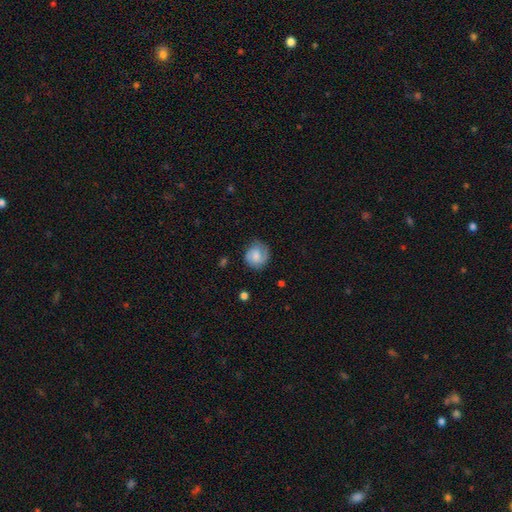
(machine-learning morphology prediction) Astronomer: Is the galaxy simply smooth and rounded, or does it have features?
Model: smooth — 49% (runner-up: featured or disk, 43%).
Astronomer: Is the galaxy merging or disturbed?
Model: none — 67%.